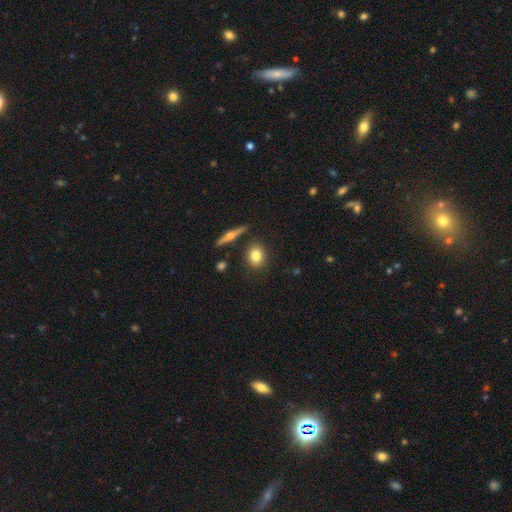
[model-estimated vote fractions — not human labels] Morphology: type=smooth (79%); roundness=round (50%); merging=none (83%).